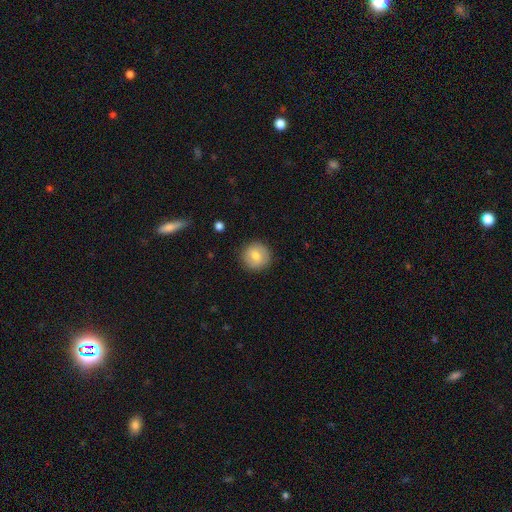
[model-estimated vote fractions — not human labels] Smooth or featured? smooth (76%)
How rounded? round (94%)
Merging? none (90%)